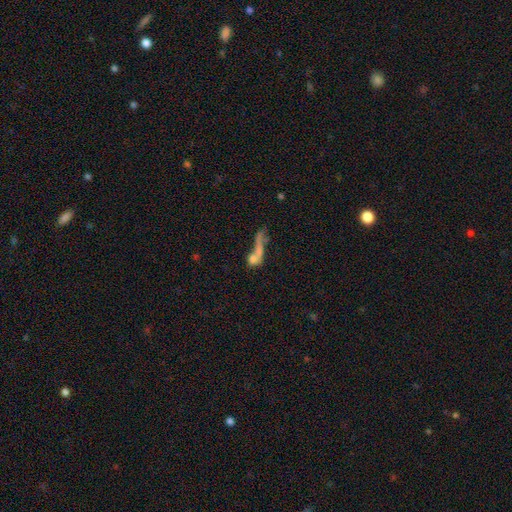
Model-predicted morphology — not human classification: type=smooth (55%); roundness=cigar-shaped (45%); merging=merger (43%).